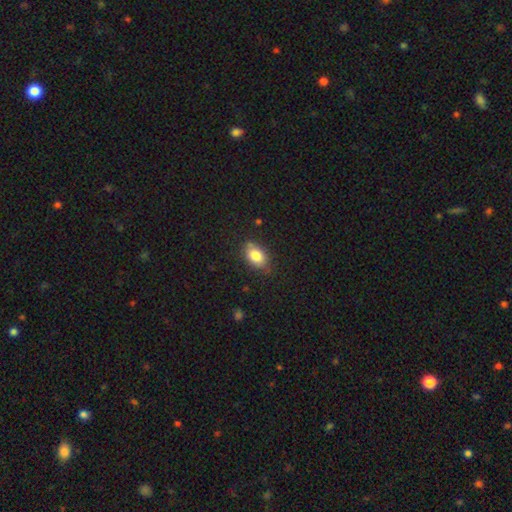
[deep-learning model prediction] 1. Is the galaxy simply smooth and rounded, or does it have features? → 82% smooth, 10% featured or disk, 8% star or artifact.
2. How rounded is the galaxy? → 84% in between, 14% round, 2% cigar-shaped.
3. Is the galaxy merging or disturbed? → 73% none, 21% minor disturbance, 4% major disturbance, 2% merger.